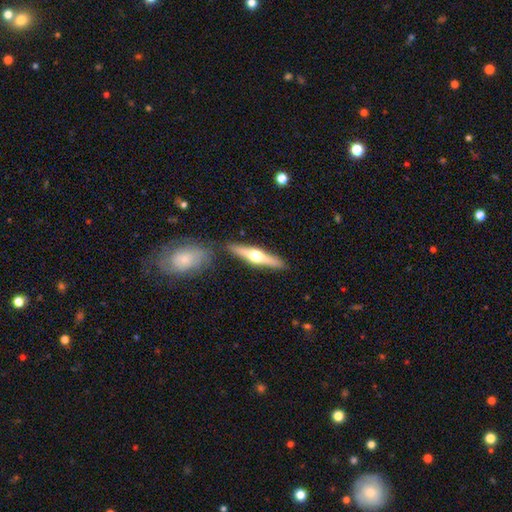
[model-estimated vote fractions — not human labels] Smooth or featured? featured or disk (65%)
Edge-on disk? yes (96%)
Edge-on bulge? rounded (95%)
Merging? none (84%)